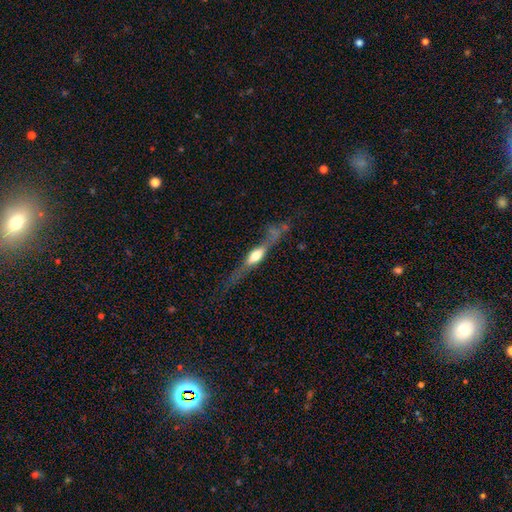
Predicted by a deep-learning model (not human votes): Overall: featured or disk (65%; smooth 29%). Edge-on disk: yes (88%). Edge-on bulge: rounded (81%). Merging: none (60%; minor disturbance 20%).